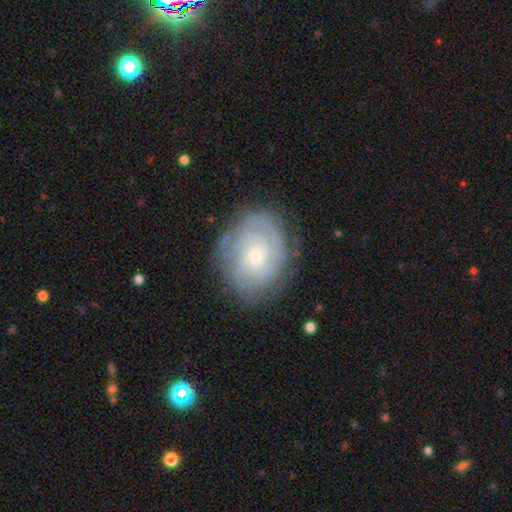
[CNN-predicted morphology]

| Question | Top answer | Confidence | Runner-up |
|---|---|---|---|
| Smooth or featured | featured or disk | 79% | smooth (14%) |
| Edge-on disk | no | 97% | yes (3%) |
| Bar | no | 76% | weak (20%) |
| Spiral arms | yes | 94% | no (6%) |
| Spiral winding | tight | 75% | medium (20%) |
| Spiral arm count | can't tell | 41% | 3 (18%) |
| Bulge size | small | 66% | moderate (30%) |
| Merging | none | 78% | minor disturbance (16%) |